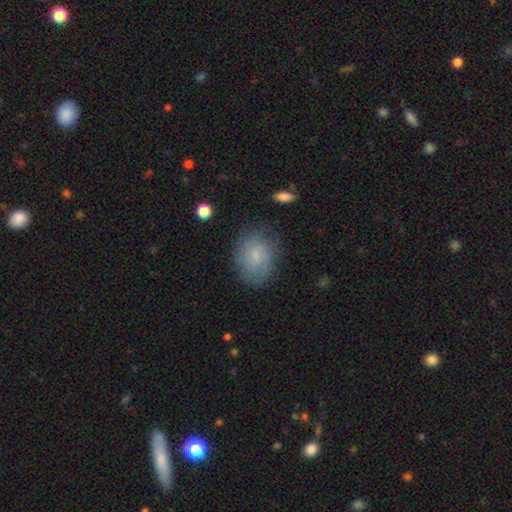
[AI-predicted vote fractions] A smooth galaxy with no disk features (64%) that is in between round and cigar-shaped (60%). Merging: none (75%).